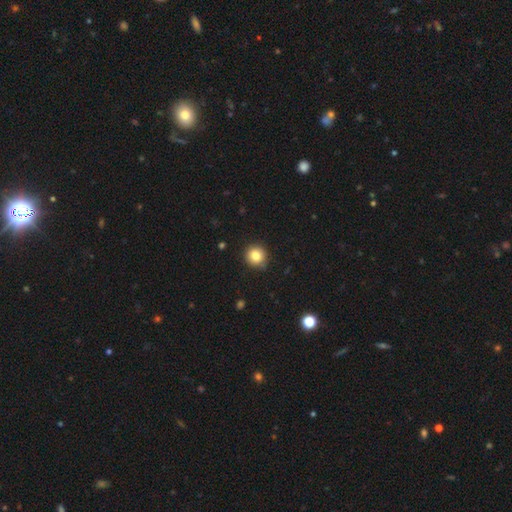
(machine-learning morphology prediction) This is clearly a smooth galaxy (83%). How rounded: clearly round (94%). Merging: clearly none (88%).